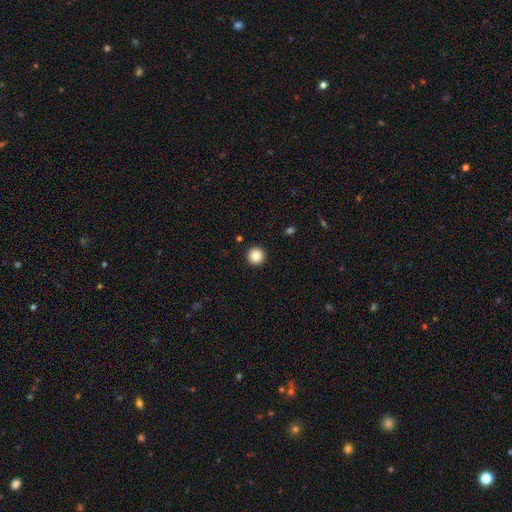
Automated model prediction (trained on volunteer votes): This appears to be a smooth galaxy with no disk features (86%) that is round (97%). Merging: none (93%).